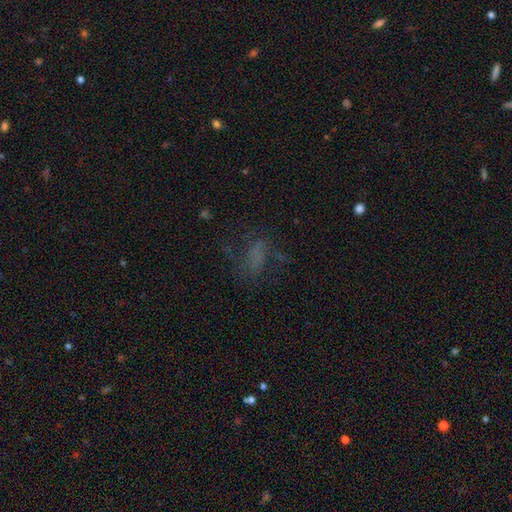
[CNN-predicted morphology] smooth_or_featured: smooth (p=0.43) [alt: featured or disk p=0.30]
merging: none (p=0.50) [alt: major disturbance p=0.28]